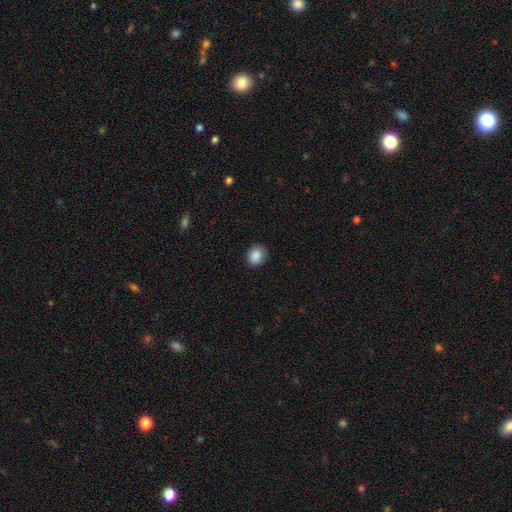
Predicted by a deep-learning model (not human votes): smooth 88%, star or artifact 8%, featured or disk 4%. Down the decision tree: how rounded — in between (53%); merging — none (85%).